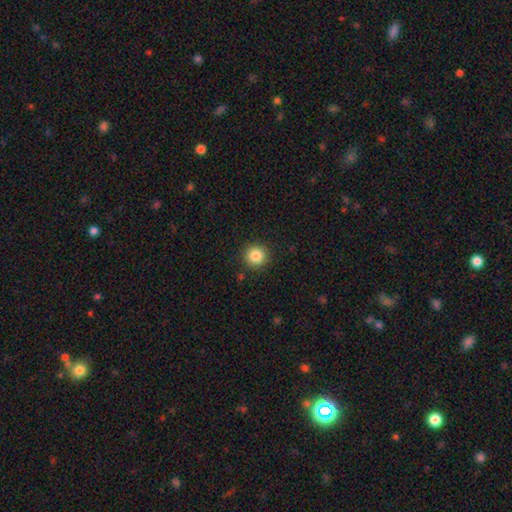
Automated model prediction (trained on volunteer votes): The model was most divided on "smooth or featured": smooth: 85%, star or artifact: 10%, featured or disk: 5%. More confident: how rounded — round (94%); merging — none (91%).